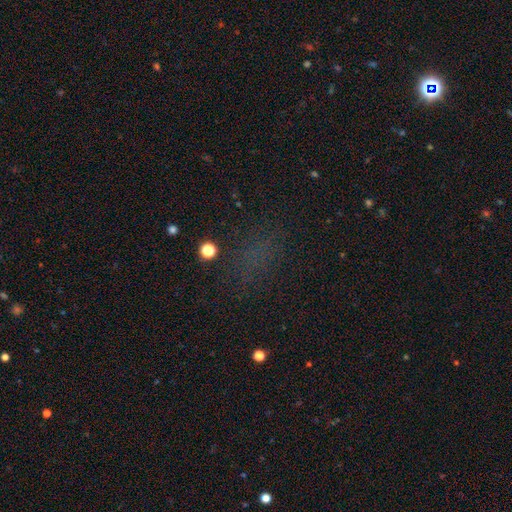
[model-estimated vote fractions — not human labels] smooth-or-featured: star or artifact: 48% | smooth: 42% | featured or disk: 10%